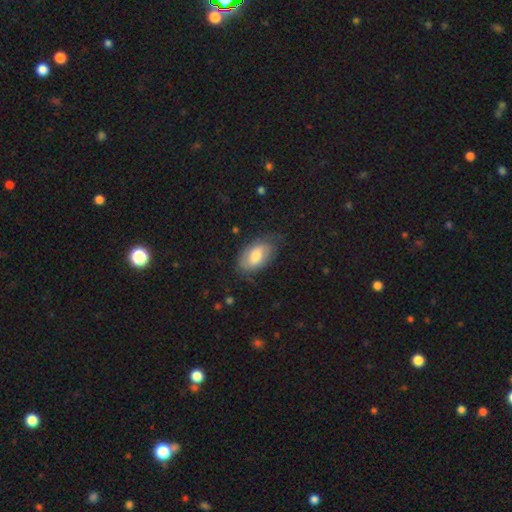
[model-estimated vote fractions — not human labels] Smooth or featured?
  - smooth: 62% *
  - featured or disk: 31%
  - star or artifact: 6%
How rounded?
  - in between: 93% *
  - round: 5%
  - cigar-shaped: 2%
Merging?
  - none: 67% *
  - minor disturbance: 24%
  - major disturbance: 7%
  - merger: 1%